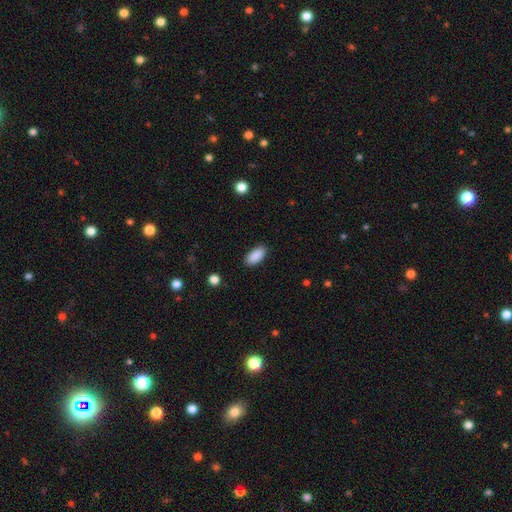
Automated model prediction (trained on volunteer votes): Smooth or featured? smooth (90%)
How rounded? in between (91%)
Merging? none (89%)